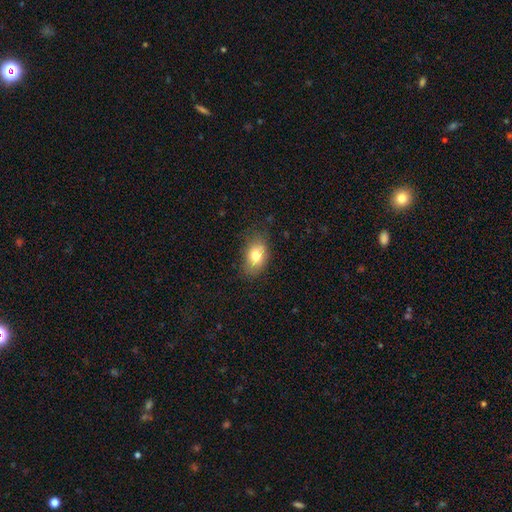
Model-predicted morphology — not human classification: type=smooth (76%); roundness=in between (83%); merging=none (73%).